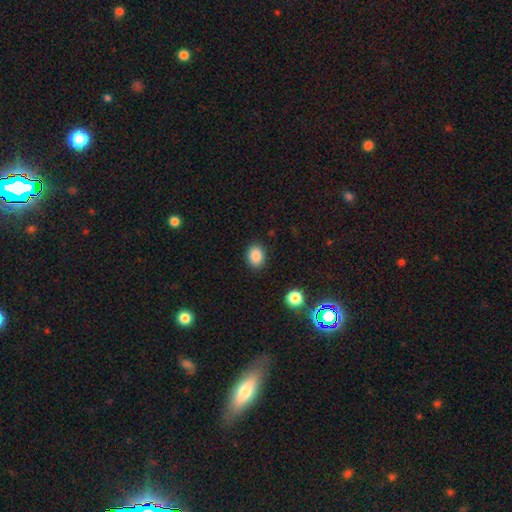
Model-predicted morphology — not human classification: type=smooth (86%); roundness=in between (57%); merging=none (88%).